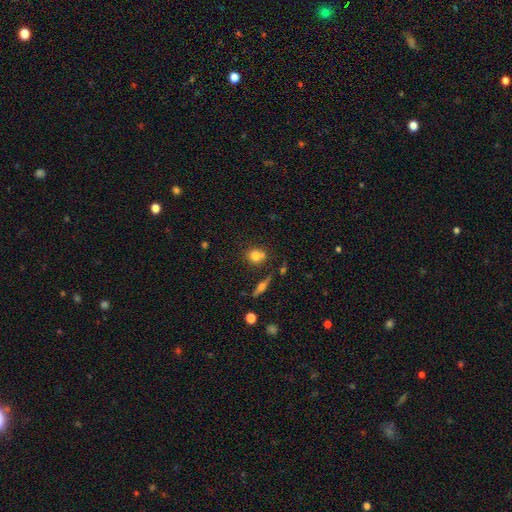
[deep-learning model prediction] This appears to be a smooth galaxy with no disk features (72%) that is round (75%). Merging: none (56%).